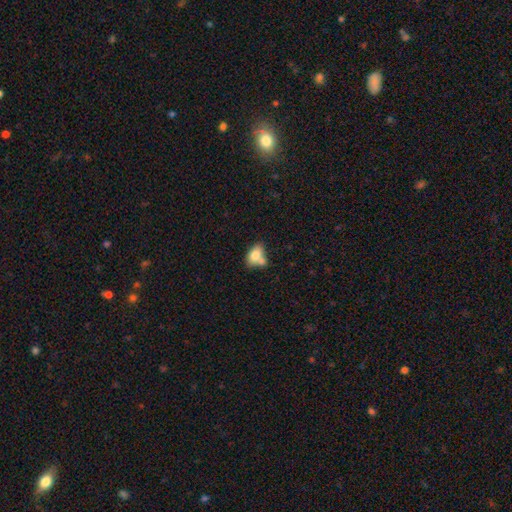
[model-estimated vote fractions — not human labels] smooth-or-featured: smooth: 78% | featured or disk: 14% | star or artifact: 8%
  how-rounded: in between: 84% | round: 14% | cigar-shaped: 2%
  merging: merger: 41% | none: 38% | minor disturbance: 16% | major disturbance: 6%